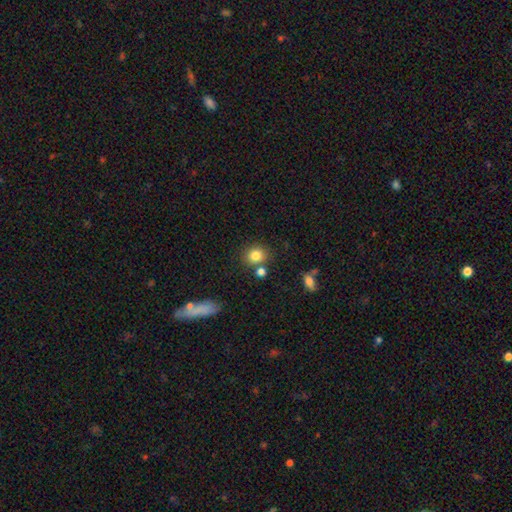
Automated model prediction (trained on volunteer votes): smooth-or-featured: smooth: 83% | star or artifact: 11% | featured or disk: 7%
  how-rounded: round: 74% | in between: 25% | cigar-shaped: 1%
  merging: none: 73% | merger: 13% | minor disturbance: 11% | major disturbance: 4%